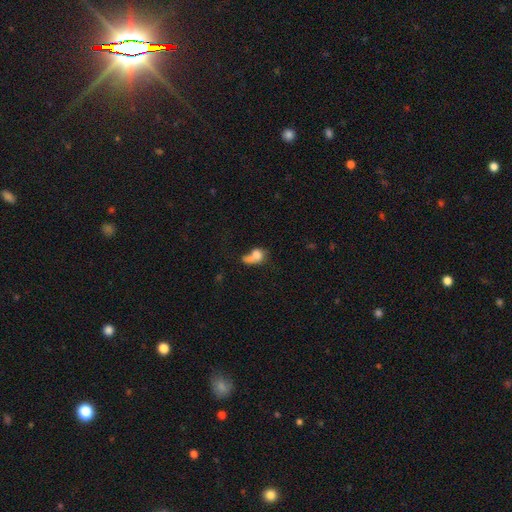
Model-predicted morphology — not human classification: Q: Smooth or featured?
A: smooth (71%); runner-up: featured or disk (18%)
Q: How rounded?
A: in between (67%); runner-up: round (29%)
Q: Merging?
A: merger (40%); runner-up: major disturbance (24%)